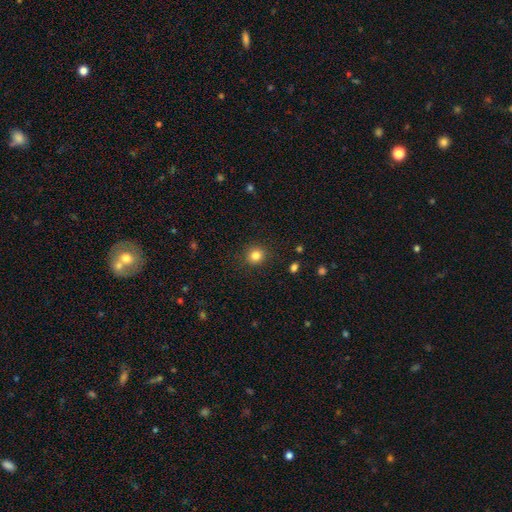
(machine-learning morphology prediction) Smooth or featured: smooth — 83% (star or artifact — 12%)
How rounded: round — 89% (in between — 10%)
Merging: none — 90% (minor disturbance — 7%)